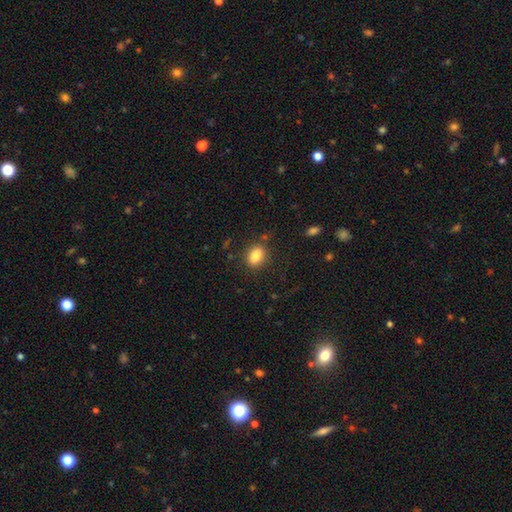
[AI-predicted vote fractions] Morphology: type=smooth (84%); roundness=in between (66%); merging=none (82%).